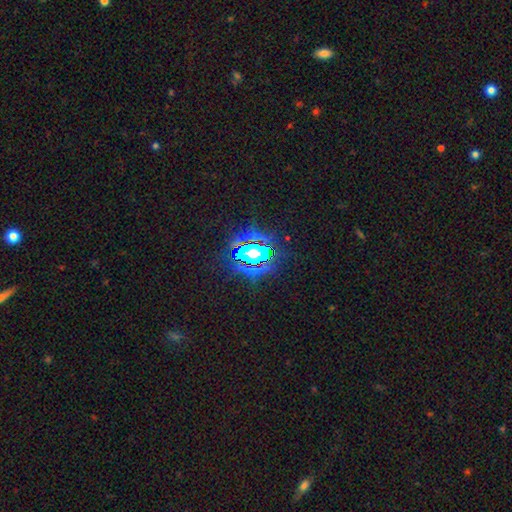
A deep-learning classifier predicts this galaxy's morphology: This is likely a star or artifact rather than a galaxy (77%).